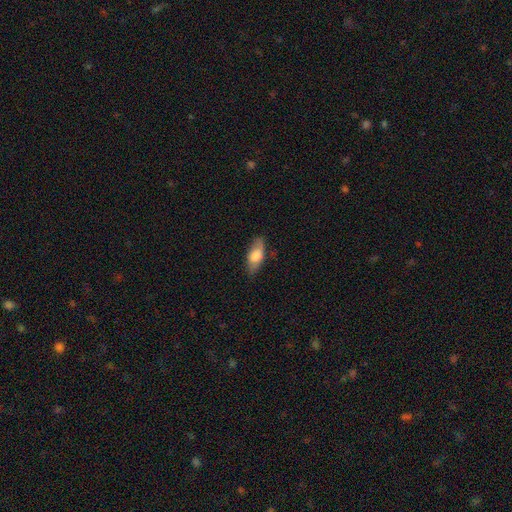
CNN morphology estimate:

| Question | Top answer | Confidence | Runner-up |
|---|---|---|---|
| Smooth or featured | smooth | 72% | featured or disk (22%) |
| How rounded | in between | 81% | cigar-shaped (16%) |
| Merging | none | 76% | minor disturbance (18%) |